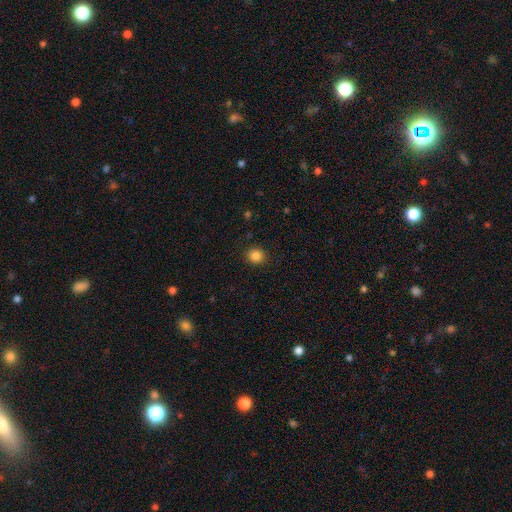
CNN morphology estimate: A smooth galaxy with no disk features (85%) that is round (83%).

Vote fractions:
- Smooth or featured? smooth: 85% / star or artifact: 11% / featured or disk: 4%
- How rounded? round: 83% / in between: 16% / cigar-shaped: 1%
- Merging? none: 91% / minor disturbance: 6% / major disturbance: 2% / merger: 1%